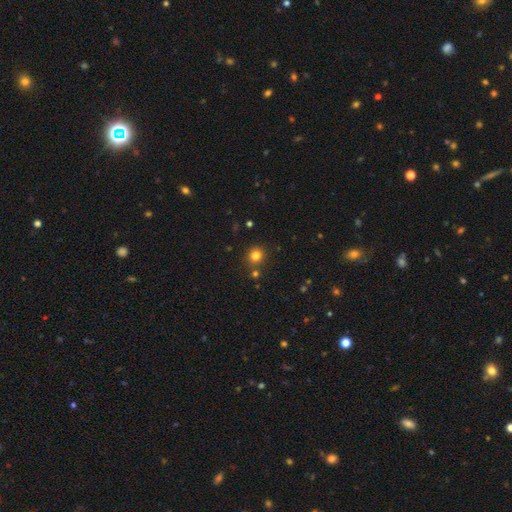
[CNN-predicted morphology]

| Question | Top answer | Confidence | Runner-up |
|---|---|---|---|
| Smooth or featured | smooth | 80% | star or artifact (15%) |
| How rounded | round | 89% | in between (10%) |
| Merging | none | 83% | minor disturbance (8%) |